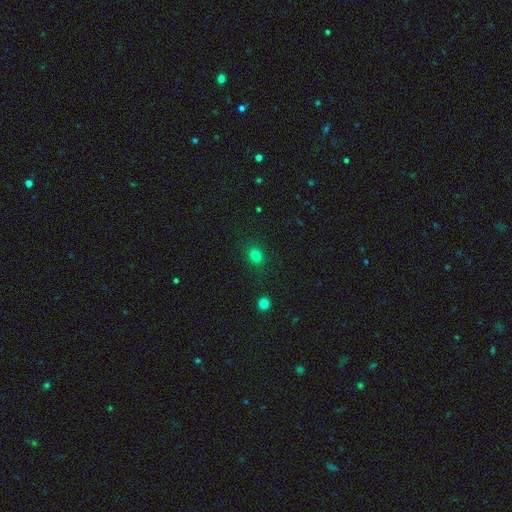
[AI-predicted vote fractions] Smooth or featured: smooth — 78% (star or artifact — 16%)
How rounded: round — 68% (in between — 30%)
Merging: none — 86% (minor disturbance — 10%)